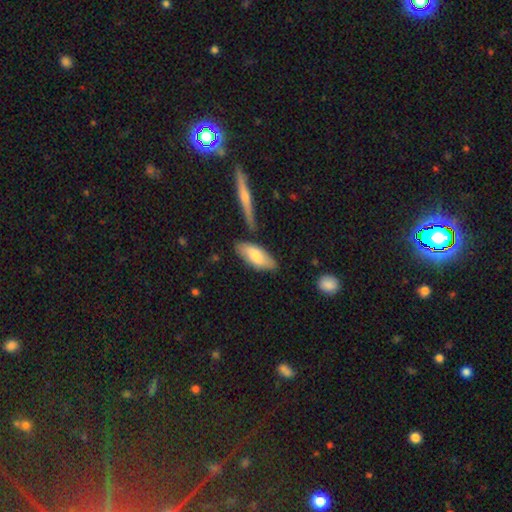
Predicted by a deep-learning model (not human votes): Smooth or featured? Predicted: smooth (p=0.72). How rounded? Predicted: in between (p=0.80). Merging? Predicted: none (p=0.74).